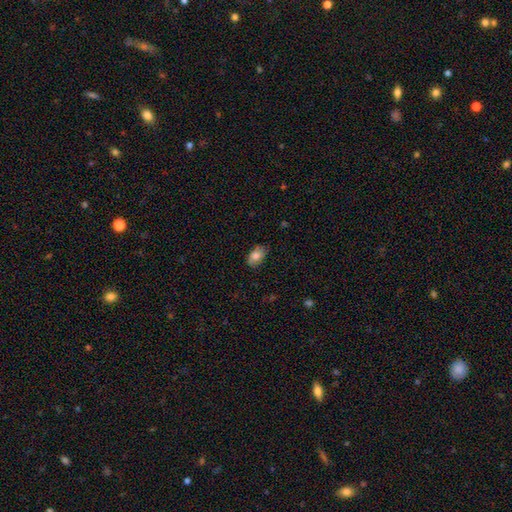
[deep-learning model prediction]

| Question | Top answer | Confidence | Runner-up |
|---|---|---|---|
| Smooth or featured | smooth | 81% | featured or disk (11%) |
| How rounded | in between | 90% | round (8%) |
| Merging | none | 79% | minor disturbance (17%) |